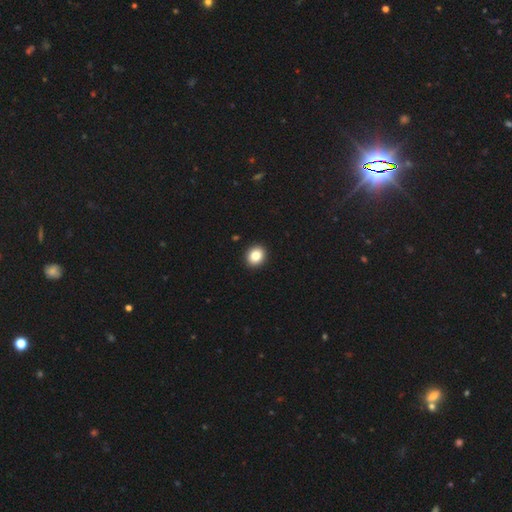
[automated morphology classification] type=smooth (85%); roundness=round (72%); merging=none (93%).